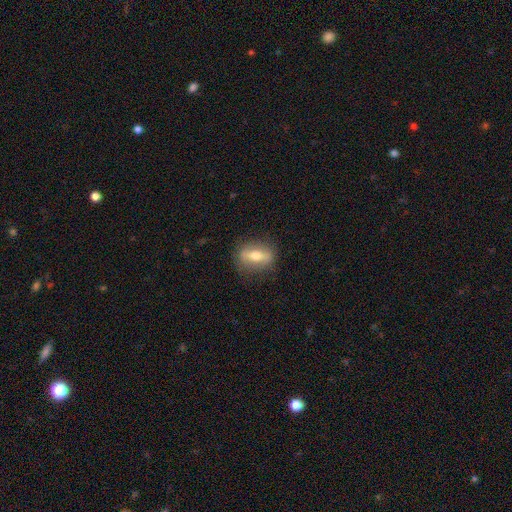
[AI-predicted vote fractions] smooth-or-featured: featured or disk: 50% | smooth: 43% | star or artifact: 8%
  merging: none: 83% | minor disturbance: 12% | major disturbance: 4% | merger: 1%